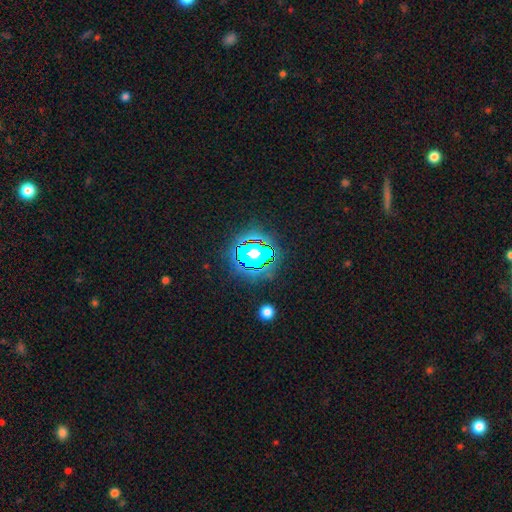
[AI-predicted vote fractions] This appears to be a star or artifact, not a galaxy (76%).